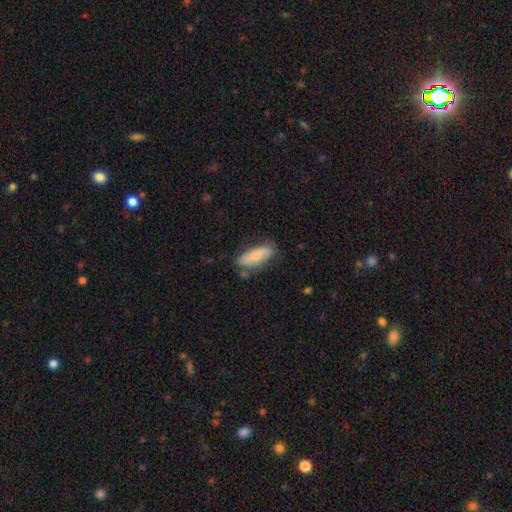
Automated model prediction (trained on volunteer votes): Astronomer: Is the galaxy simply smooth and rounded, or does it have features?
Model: smooth — 65%.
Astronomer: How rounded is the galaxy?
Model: in between — 72%.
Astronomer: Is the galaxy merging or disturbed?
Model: none — 71%.